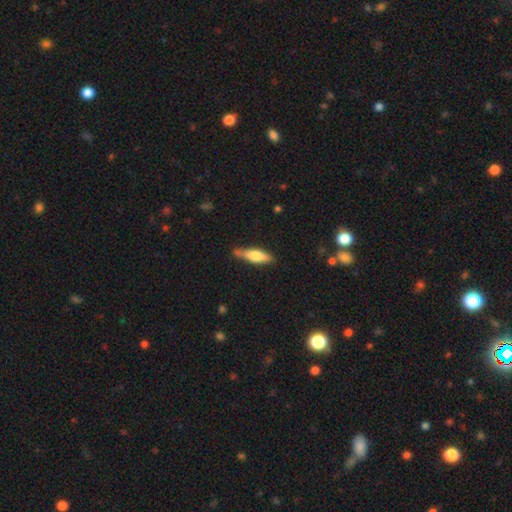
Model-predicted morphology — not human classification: smooth 64%, featured or disk 30%, star or artifact 6%. Down the decision tree: how rounded — cigar-shaped (65%); merging — none (73%).